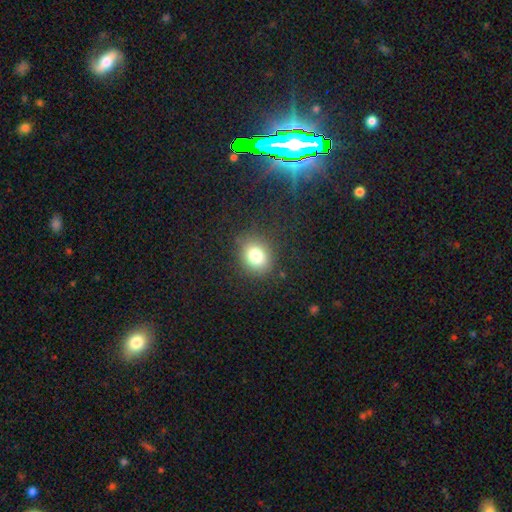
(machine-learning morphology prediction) A smooth galaxy with no disk features (79%) that is round (64%). Merging: none (85%).